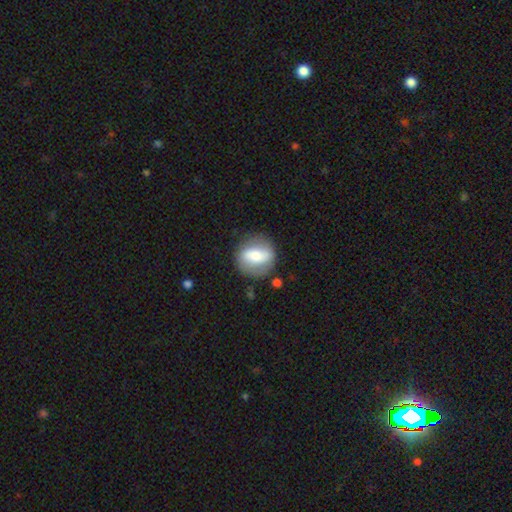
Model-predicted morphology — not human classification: The model was most divided on "smooth or featured": smooth: 47%, featured or disk: 46%, star or artifact: 7%. More confident: merging — none (80%).